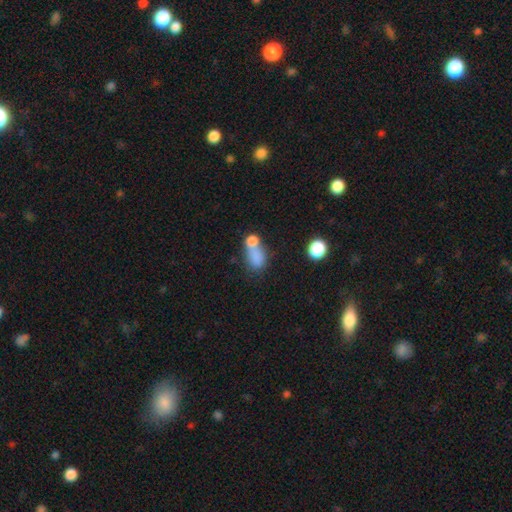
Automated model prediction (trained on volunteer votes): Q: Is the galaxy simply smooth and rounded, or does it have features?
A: smooth — 75%.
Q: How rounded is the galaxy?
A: in between — 73%.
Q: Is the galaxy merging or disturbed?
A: merger — 54%.